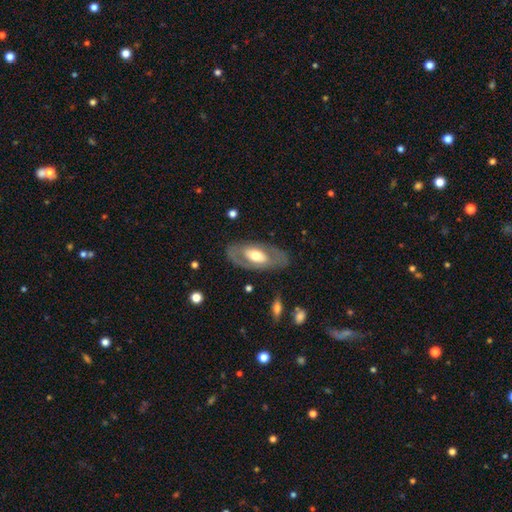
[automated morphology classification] smooth-or-featured: featured or disk: 58% | smooth: 37% | star or artifact: 5%
  disk-edge-on: no: 85% | yes: 15%
  merging: none: 79% | minor disturbance: 13% | major disturbance: 7% | merger: 1%